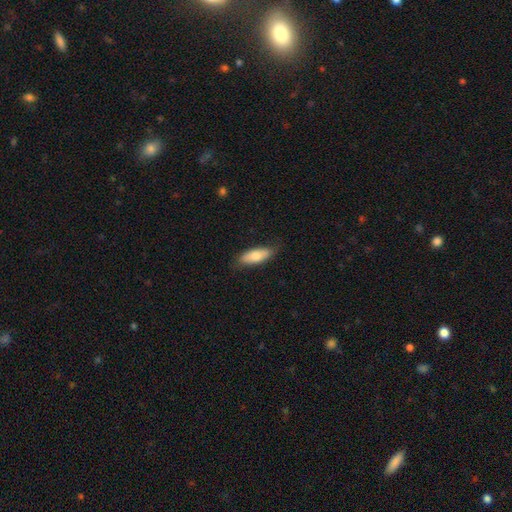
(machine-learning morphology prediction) This is likely a smooth galaxy (75%). How rounded: likely in between (71%). Merging: likely none (79%).